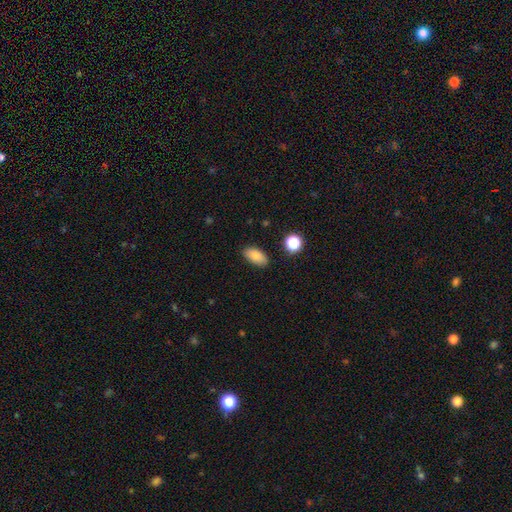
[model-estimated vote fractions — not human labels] smooth 82%, star or artifact 9%, featured or disk 9%. Down the decision tree: how rounded — in between (92%); merging — none (87%).